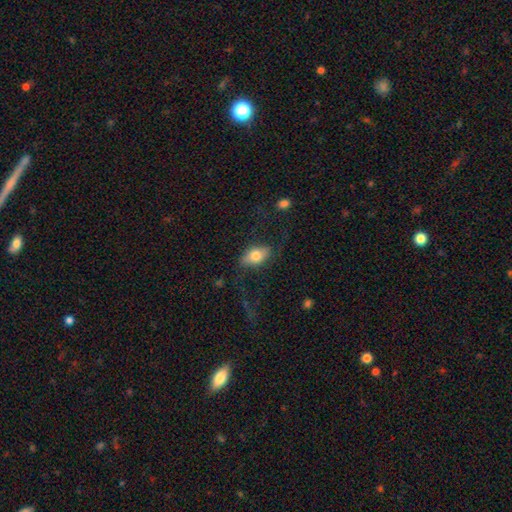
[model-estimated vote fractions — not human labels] This appears to be a smooth galaxy with no disk features (70%) that is in between round and cigar-shaped (89%). Merging: none (68%).